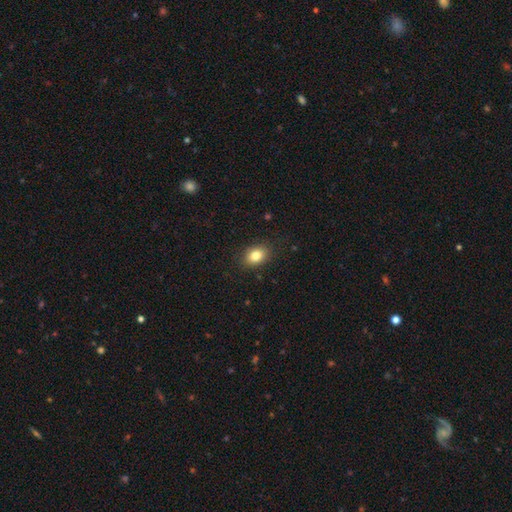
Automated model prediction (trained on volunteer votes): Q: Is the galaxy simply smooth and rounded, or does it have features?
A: smooth — 83%.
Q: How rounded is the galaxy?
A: in between — 71%.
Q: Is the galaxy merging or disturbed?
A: none — 86%.